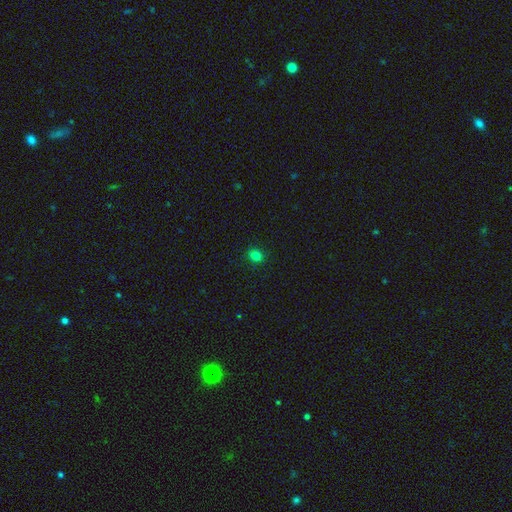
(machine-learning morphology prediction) Q: Smooth or featured?
A: smooth (81%); runner-up: star or artifact (15%)
Q: How rounded?
A: round (61%); runner-up: in between (38%)
Q: Merging?
A: none (90%); runner-up: minor disturbance (7%)